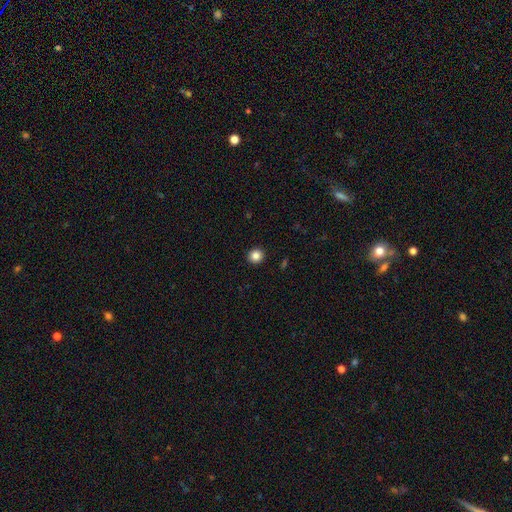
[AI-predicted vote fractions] Smooth or featured: smooth — 85% (star or artifact — 10%)
How rounded: round — 89% (in between — 10%)
Merging: none — 93% (minor disturbance — 4%)